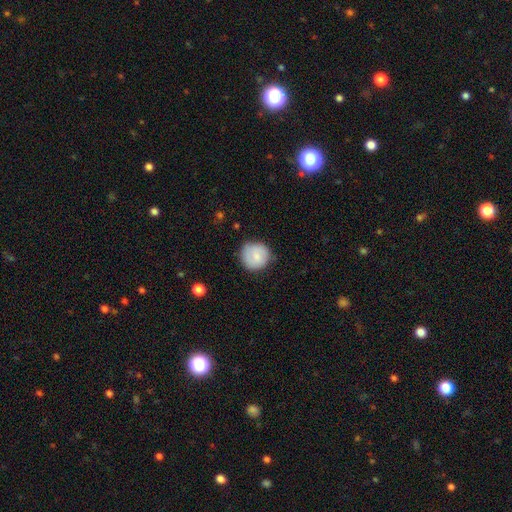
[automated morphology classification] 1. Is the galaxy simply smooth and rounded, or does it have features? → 78% smooth, 15% featured or disk, 7% star or artifact.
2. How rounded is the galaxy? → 91% round, 8% in between, 1% cigar-shaped.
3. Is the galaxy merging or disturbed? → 75% none, 19% minor disturbance, 4% major disturbance, 2% merger.